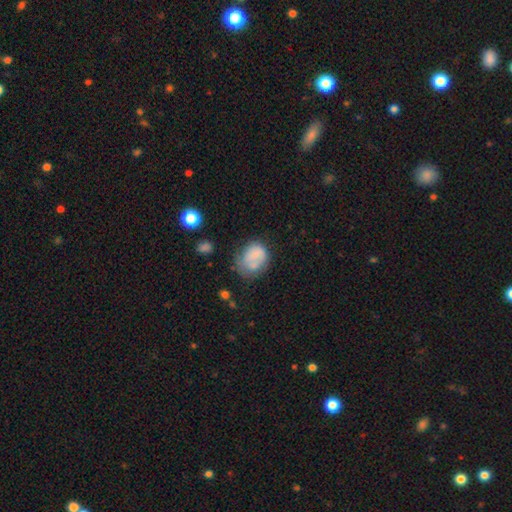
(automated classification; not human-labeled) Smooth or featured?
  - smooth: 65% *
  - featured or disk: 26%
  - star or artifact: 9%
How rounded?
  - round: 52% *
  - in between: 47%
  - cigar-shaped: 1%
Merging?
  - none: 39% *
  - minor disturbance: 29%
  - major disturbance: 22%
  - merger: 10%